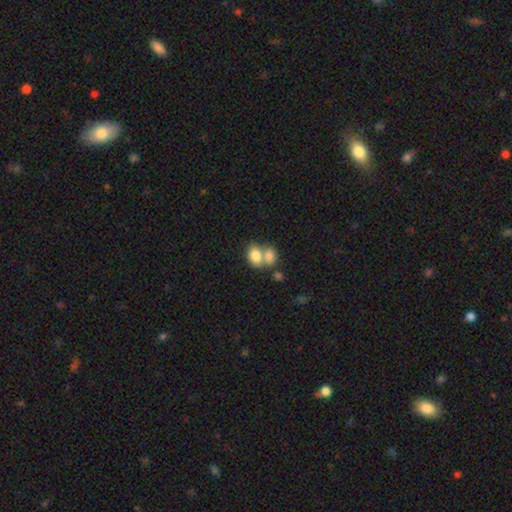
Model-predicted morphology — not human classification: Q: Smooth or featured?
A: smooth (79%); runner-up: featured or disk (12%)
Q: How rounded?
A: in between (70%); runner-up: round (29%)
Q: Merging?
A: merger (62%); runner-up: none (26%)